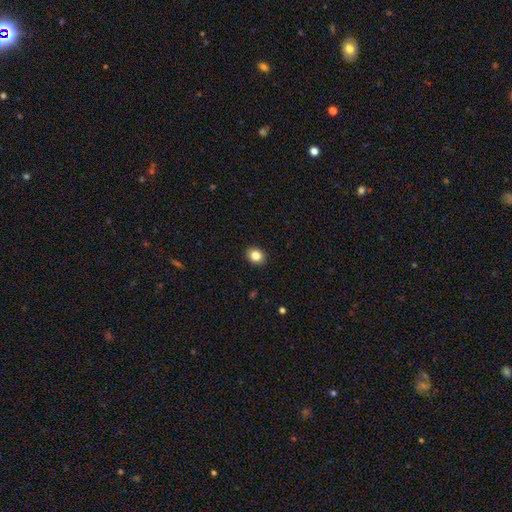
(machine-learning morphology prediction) smooth-or-featured: smooth: 84% | star or artifact: 10% | featured or disk: 6%
  how-rounded: round: 59% | in between: 40% | cigar-shaped: 1%
  merging: none: 91% | minor disturbance: 6% | major disturbance: 2% | merger: 1%